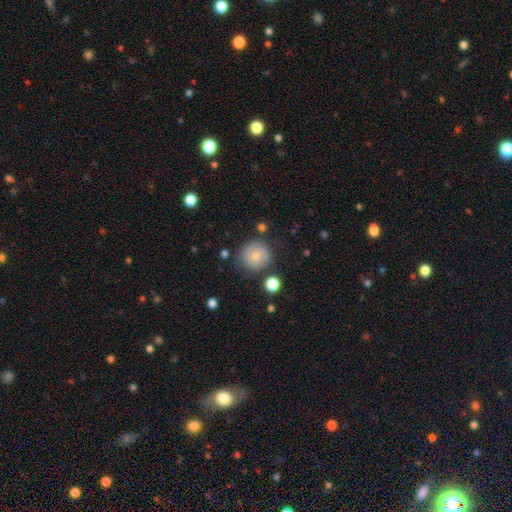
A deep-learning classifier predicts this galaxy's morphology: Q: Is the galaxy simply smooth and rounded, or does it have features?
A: smooth — 63%.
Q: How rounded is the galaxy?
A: round — 92%.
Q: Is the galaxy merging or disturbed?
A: none — 78%.